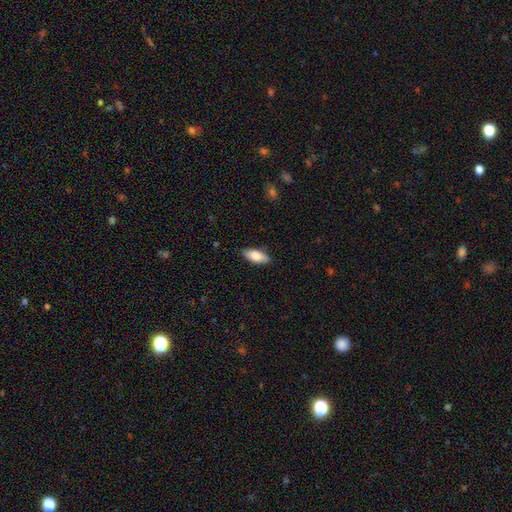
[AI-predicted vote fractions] Morphology: type=smooth (78%); roundness=in between (84%); merging=none (86%).